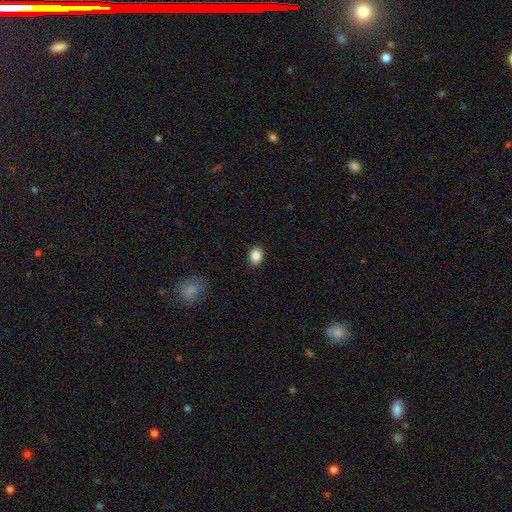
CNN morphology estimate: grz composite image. It shows a smooth galaxy with no disk features (86%) that is in between round and cigar-shaped (59%). Merging: none (89%).